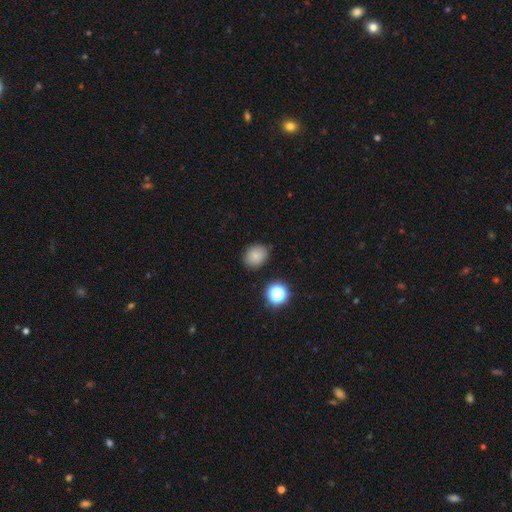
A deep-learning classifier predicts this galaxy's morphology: smooth 81%, star or artifact 13%, featured or disk 7%. Down the decision tree: how rounded — round (53%); merging — none (84%).